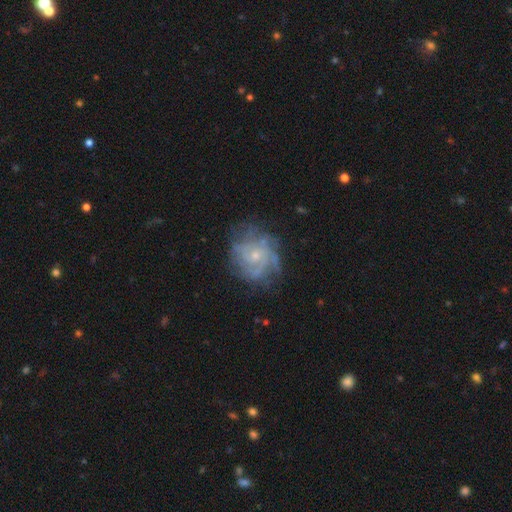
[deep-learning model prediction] Overall: featured or disk (77%). Edge-on disk: no (98%). Bar: no (78%). Spiral arms: yes (88%). Spiral arm count: can't tell (43%; 4 18%). Spiral winding: tight (57%; medium 33%). Bulge size: small (69%). Merging: none (67%).